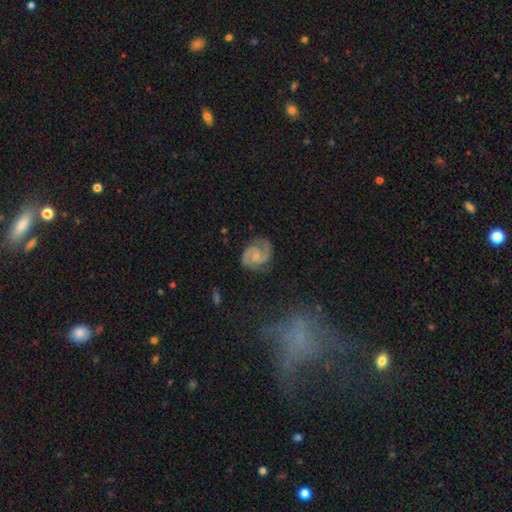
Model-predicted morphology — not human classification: smooth-or-featured: featured or disk: 86% | smooth: 9% | star or artifact: 6%
  disk-edge-on: no: 98% | yes: 2%
    bar: no: 52% | weak: 41% | strong: 7%
    has-spiral-arms: yes: 97% | no: 3%
      spiral-winding: medium: 52% | tight: 37% | loose: 11%
      spiral-arm-count: 2: 91% | can't tell: 3% | 1: 2% | 3: 2% | 4: 1% | more than 4: 1%
    bulge-size: small: 51% | moderate: 25% | none: 22% | large: 2% | dominant: 1%
  merging: none: 78% | minor disturbance: 15% | major disturbance: 5% | merger: 1%